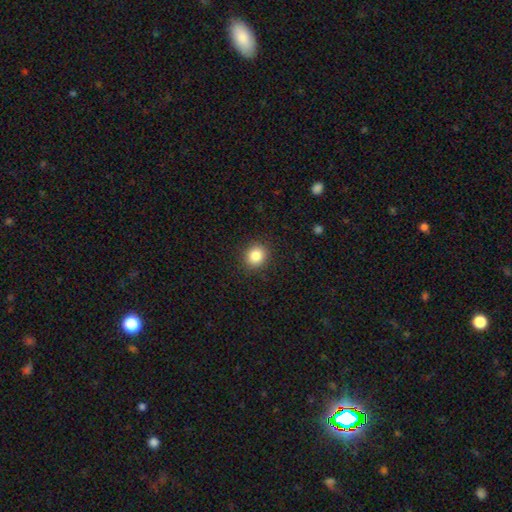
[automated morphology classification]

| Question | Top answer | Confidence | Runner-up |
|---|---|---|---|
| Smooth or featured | smooth | 85% | star or artifact (10%) |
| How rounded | round | 81% | in between (18%) |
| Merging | none | 90% | minor disturbance (7%) |